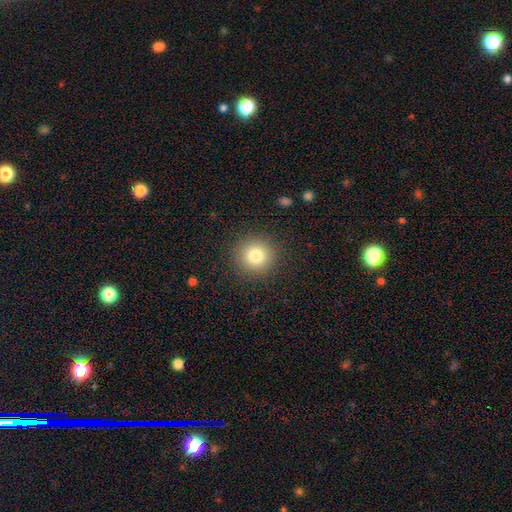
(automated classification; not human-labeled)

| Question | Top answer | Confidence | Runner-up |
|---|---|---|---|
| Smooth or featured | smooth | 80% | star or artifact (12%) |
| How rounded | round | 93% | in between (6%) |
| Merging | none | 90% | minor disturbance (6%) |